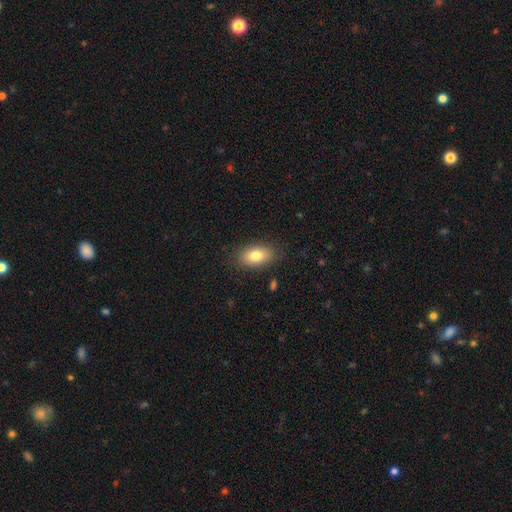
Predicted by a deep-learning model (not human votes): A smooth galaxy with no disk features (79%) that is in between round and cigar-shaped (89%).

Vote fractions:
- Smooth or featured? smooth: 79% / featured or disk: 13% / star or artifact: 8%
- How rounded? in between: 89% / round: 8% / cigar-shaped: 3%
- Merging? none: 84% / minor disturbance: 11% / major disturbance: 3% / merger: 1%